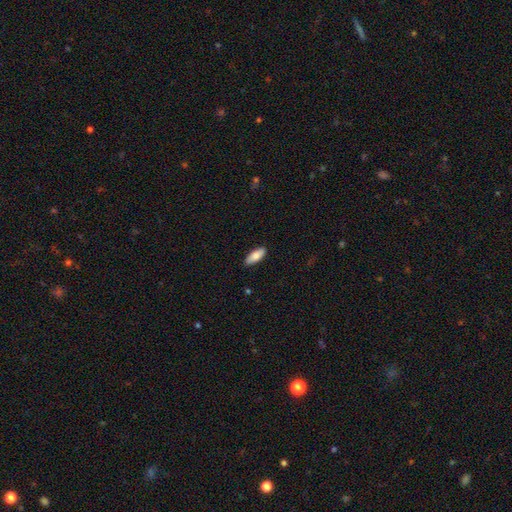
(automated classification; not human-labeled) This appears to be a smooth galaxy with no disk features (84%) that is in between round and cigar-shaped (75%). Merging: none (87%).